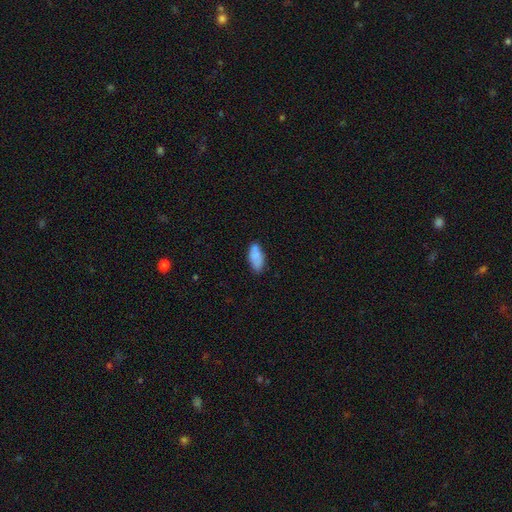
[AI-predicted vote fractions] Overall: smooth (84%). How rounded: in between (88%). Merging: none (71%).